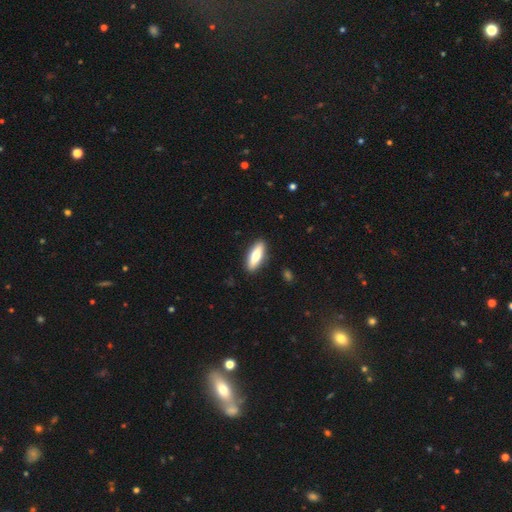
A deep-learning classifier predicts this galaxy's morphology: Q: Smooth or featured?
A: smooth (73%); runner-up: featured or disk (22%)
Q: How rounded?
A: in between (52%); runner-up: cigar-shaped (46%)
Q: Merging?
A: none (89%); runner-up: minor disturbance (8%)